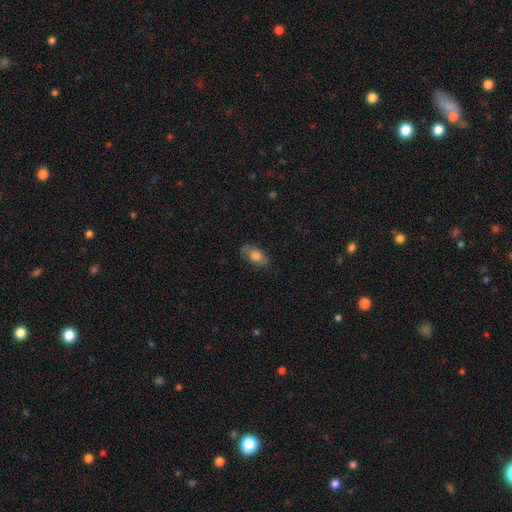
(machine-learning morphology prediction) The model was most divided on "smooth or featured": smooth: 74%, featured or disk: 18%, star or artifact: 8%. More confident: how rounded — in between (83%); merging — none (80%).